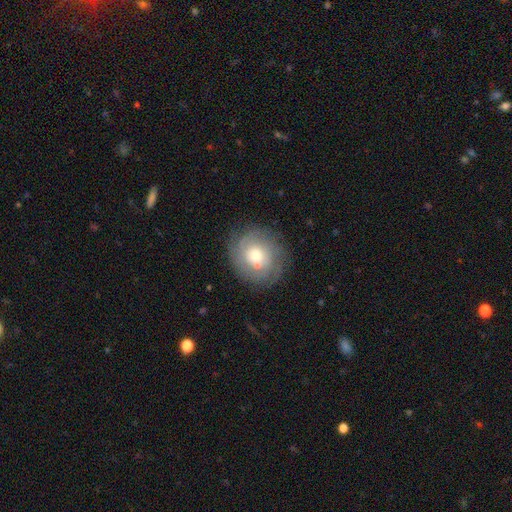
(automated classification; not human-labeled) This is possibly a featured or disk galaxy (59%). It is clearly not viewed edge-on (97%). Bar: likely no (80%). Spiral arm pattern: likely yes (78%). Central bulge: likely moderate (65%). Merging: likely none (76%).